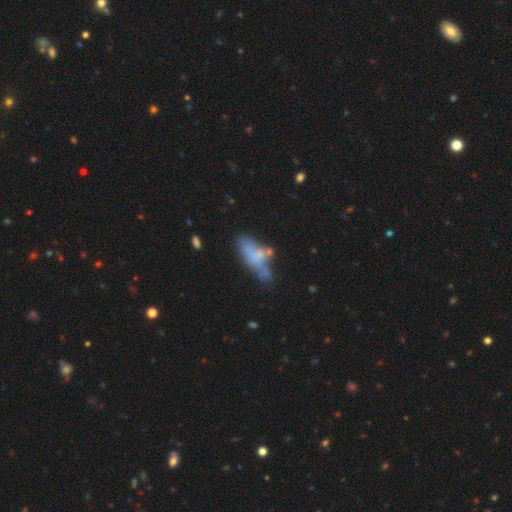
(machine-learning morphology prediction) This appears to be a smooth galaxy with no disk features (57%) that is in between round and cigar-shaped (66%). Merging: none (36%).